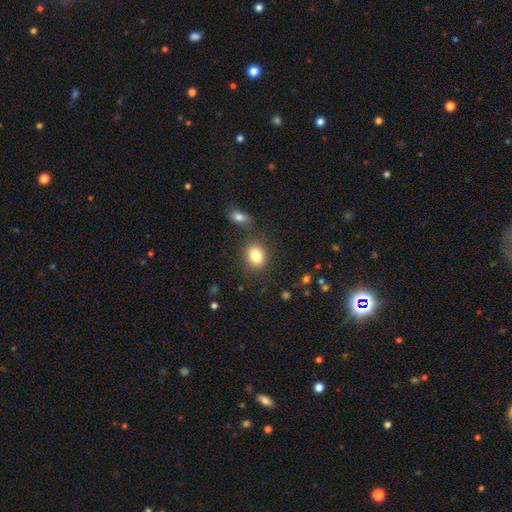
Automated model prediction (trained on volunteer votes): smooth-or-featured: smooth: 83% | star or artifact: 10% | featured or disk: 8%
  how-rounded: in between: 51% | round: 48% | cigar-shaped: 1%
  merging: none: 80% | minor disturbance: 10% | merger: 7% | major disturbance: 3%